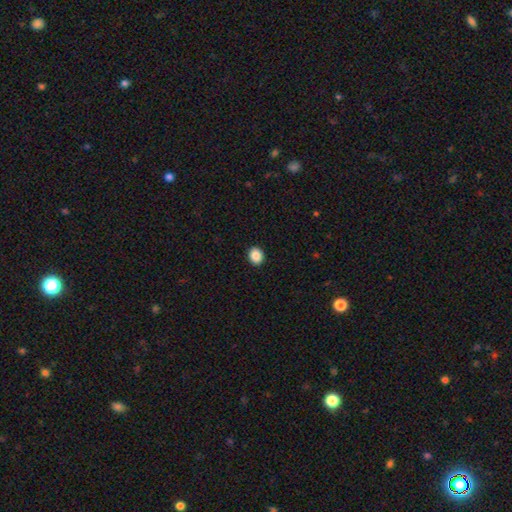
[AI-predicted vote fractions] Q: Smooth or featured?
A: smooth (88%); runner-up: star or artifact (9%)
Q: How rounded?
A: round (65%); runner-up: in between (34%)
Q: Merging?
A: none (92%); runner-up: minor disturbance (5%)